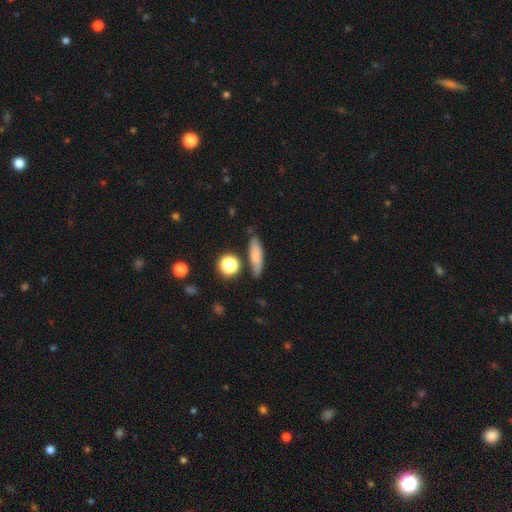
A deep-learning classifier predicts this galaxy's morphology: Q: Smooth or featured?
A: smooth (72%); runner-up: featured or disk (18%)
Q: How rounded?
A: cigar-shaped (57%); runner-up: in between (35%)
Q: Merging?
A: none (73%); runner-up: minor disturbance (17%)